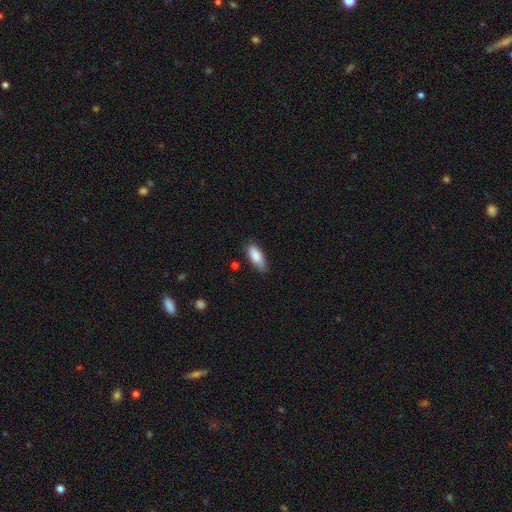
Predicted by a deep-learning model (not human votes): This appears to be a smooth galaxy with no disk features (86%) that is in between round and cigar-shaped (81%). Merging: none (71%).